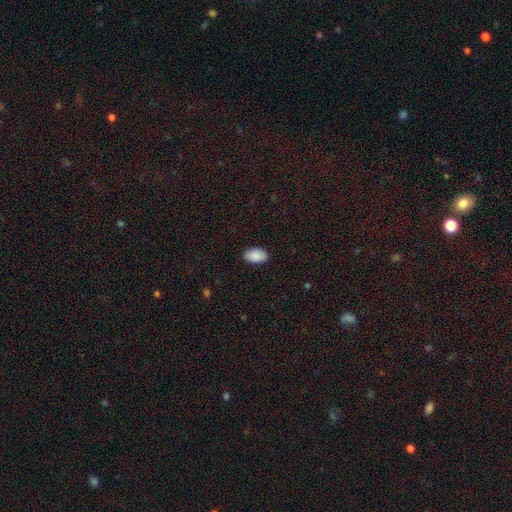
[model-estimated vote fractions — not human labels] Smooth or featured? smooth (90%)
How rounded? in between (94%)
Merging? none (88%)